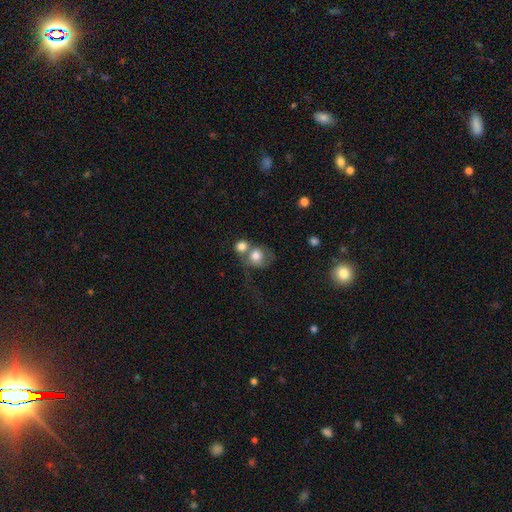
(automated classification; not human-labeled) This appears to be a smooth galaxy with no disk features (73%) that is round (76%). Merging: merger (56%).